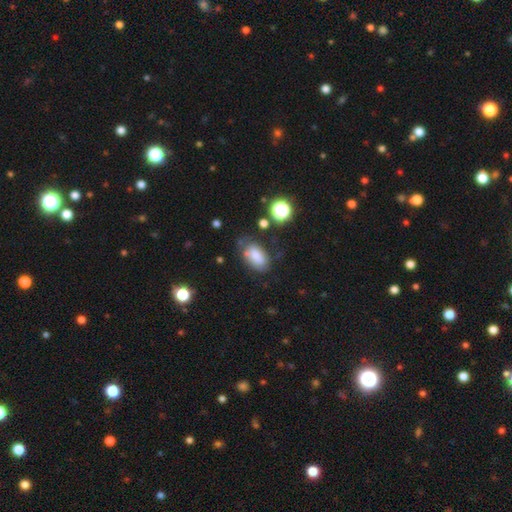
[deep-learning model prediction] A smooth galaxy with no disk features (73%) that is in between round and cigar-shaped (90%). Merging: none (60%).